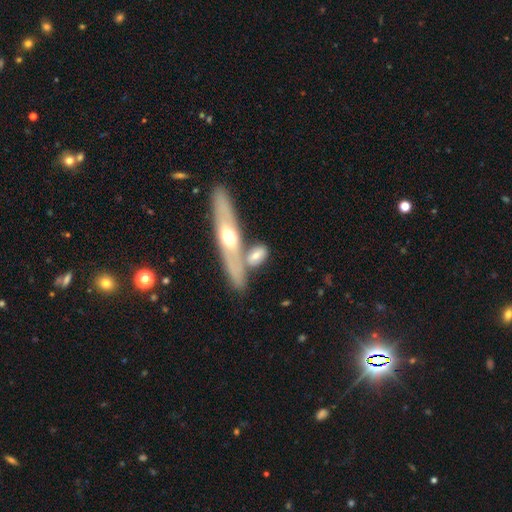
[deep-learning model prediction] smooth 56%, featured or disk 38%, star or artifact 6%. Down the decision tree: how rounded — in between (56%); merging — none (51%).